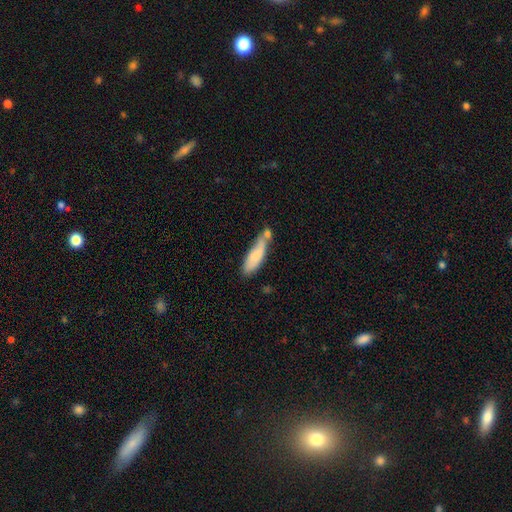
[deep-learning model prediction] smooth-or-featured: smooth: 76% | featured or disk: 18% | star or artifact: 6%
  how-rounded: cigar-shaped: 66% | in between: 33% | round: 2%
  merging: none: 40% | merger: 28% | minor disturbance: 24% | major disturbance: 8%